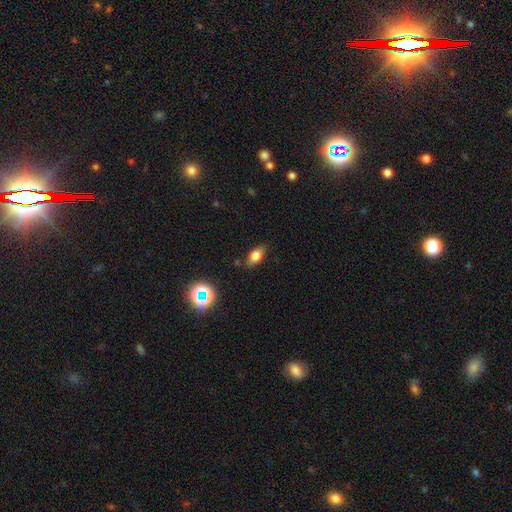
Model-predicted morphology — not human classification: This appears to be a smooth galaxy with no disk features (73%) that is in between round and cigar-shaped (83%). Merging: none (82%).